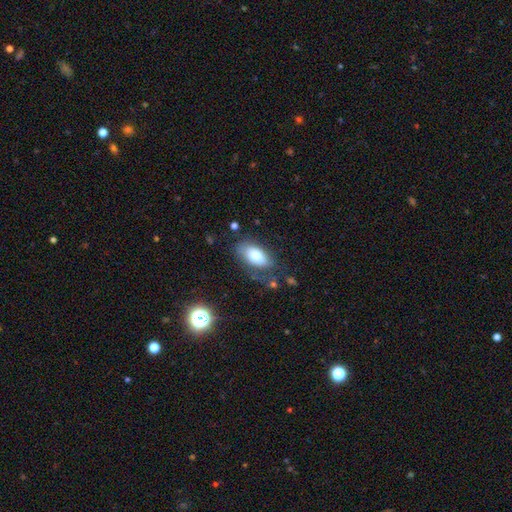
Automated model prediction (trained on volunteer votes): The model was most divided on "merging": none: 63%, minor disturbance: 23%, major disturbance: 11%, merger: 3%. More confident: how rounded — in between (93%); smooth or featured — smooth (79%).